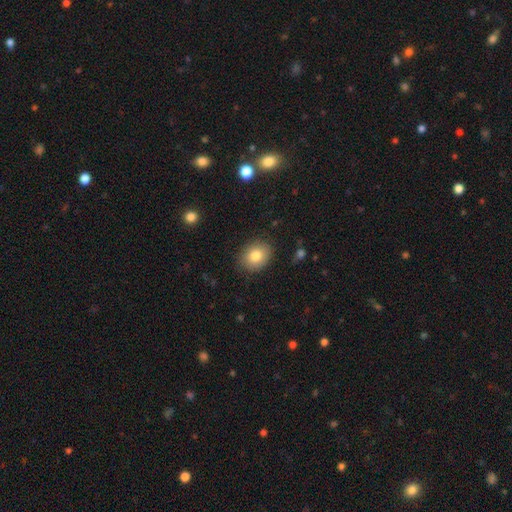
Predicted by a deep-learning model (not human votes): Smooth or featured: smooth — 82% (featured or disk — 9%)
How rounded: in between — 52% (round — 47%)
Merging: none — 86% (minor disturbance — 11%)